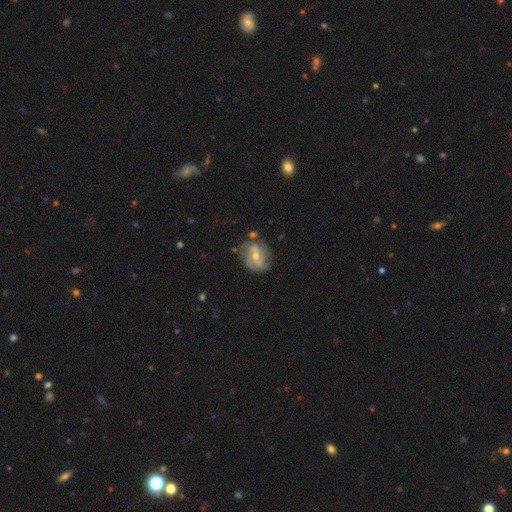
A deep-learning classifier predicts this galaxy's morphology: Q: Smooth or featured?
A: featured or disk (74%); runner-up: smooth (18%)
Q: Edge-on disk?
A: no (97%); runner-up: yes (3%)
Q: Bar?
A: weak (47%); runner-up: no (34%)
Q: Spiral arms?
A: yes (86%); runner-up: no (14%)
Q: Spiral winding?
A: medium (43%); runner-up: tight (30%)
Q: Spiral arm count?
A: 2 (42%); runner-up: can't tell (24%)
Q: Bulge size?
A: moderate (50%); runner-up: small (46%)
Q: Merging?
A: none (64%); runner-up: minor disturbance (21%)